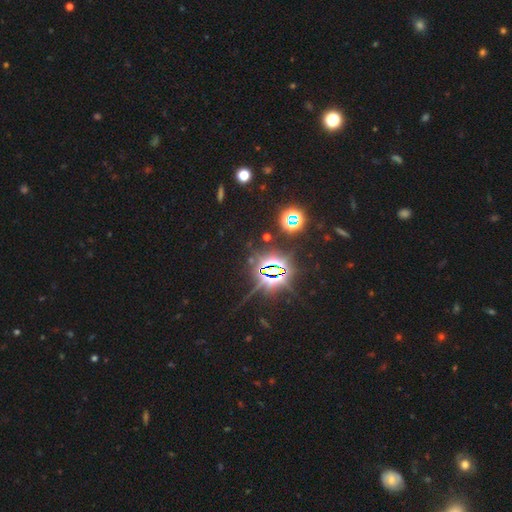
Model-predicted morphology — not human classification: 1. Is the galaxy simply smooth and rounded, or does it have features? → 84% star or artifact, 10% smooth, 6% featured or disk.